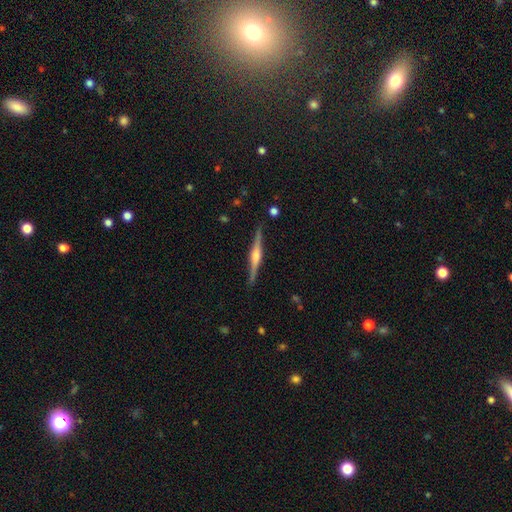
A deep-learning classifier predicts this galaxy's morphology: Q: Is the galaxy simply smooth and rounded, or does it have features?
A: featured or disk — 83%.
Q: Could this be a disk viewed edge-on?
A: yes — 98%.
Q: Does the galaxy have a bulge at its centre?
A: rounded — 80%.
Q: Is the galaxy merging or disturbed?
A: none — 90%.